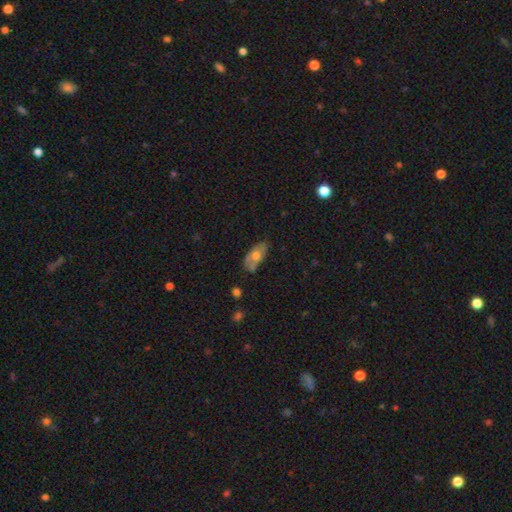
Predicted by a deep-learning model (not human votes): A smooth galaxy with no disk features (60%) that is in between round and cigar-shaped (88%). Merging: none (60%).